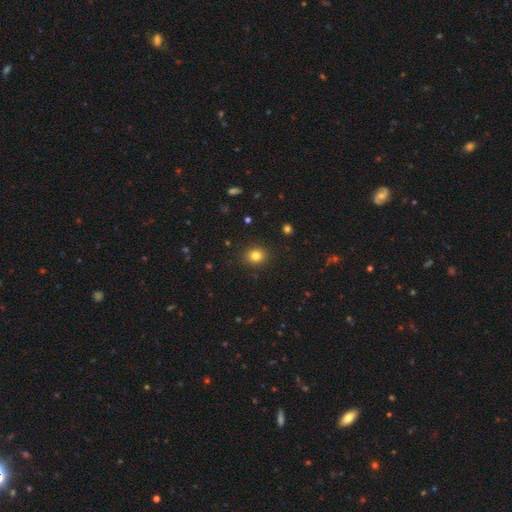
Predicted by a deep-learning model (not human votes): Morphology: type=smooth (82%); roundness=round (72%); merging=none (90%).